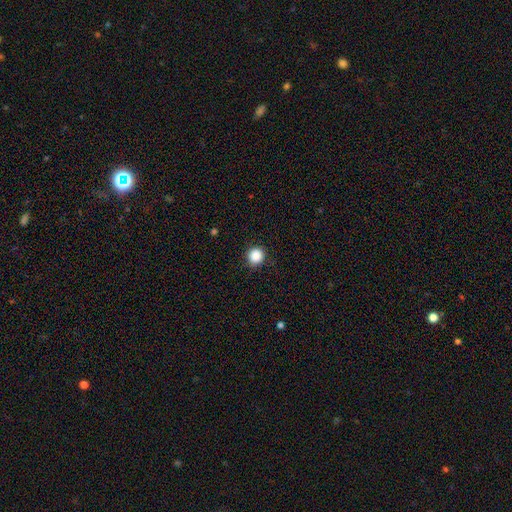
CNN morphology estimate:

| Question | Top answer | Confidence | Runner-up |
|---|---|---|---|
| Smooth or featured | smooth | 88% | star or artifact (10%) |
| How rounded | round | 93% | in between (6%) |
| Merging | none | 90% | minor disturbance (7%) |